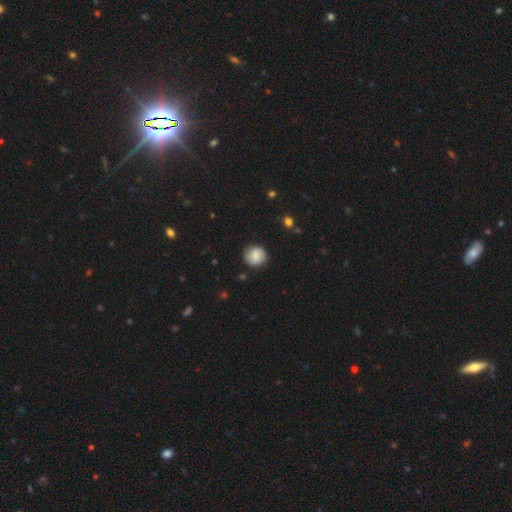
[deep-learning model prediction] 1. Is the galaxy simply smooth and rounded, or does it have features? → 69% smooth, 23% featured or disk, 8% star or artifact.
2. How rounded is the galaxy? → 90% round, 9% in between, 1% cigar-shaped.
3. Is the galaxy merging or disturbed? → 86% none, 10% minor disturbance, 3% major disturbance, 1% merger.